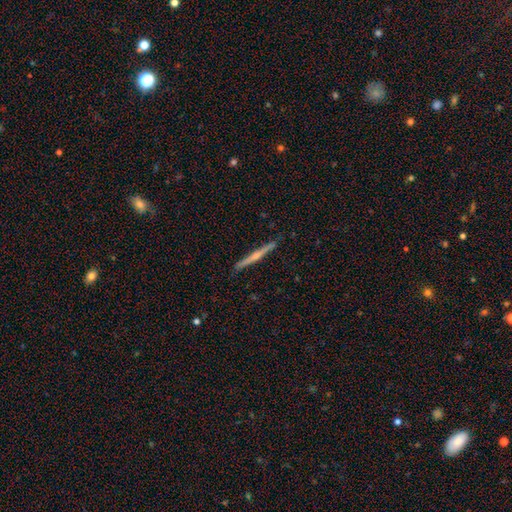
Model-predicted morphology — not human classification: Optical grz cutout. It shows a featured or disk galaxy (69%) viewed edge-on (98%) with a rounded central bulge (67%). Merging: none (92%).